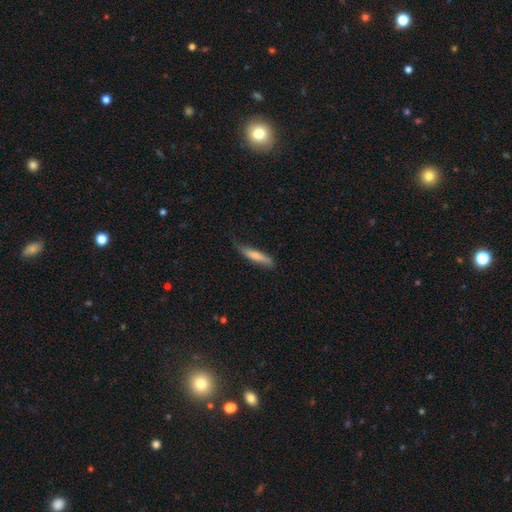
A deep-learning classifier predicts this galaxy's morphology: Smooth or featured? Predicted: smooth (p=0.69). How rounded? Predicted: cigar-shaped (p=0.84). Merging? Predicted: none (p=0.58).